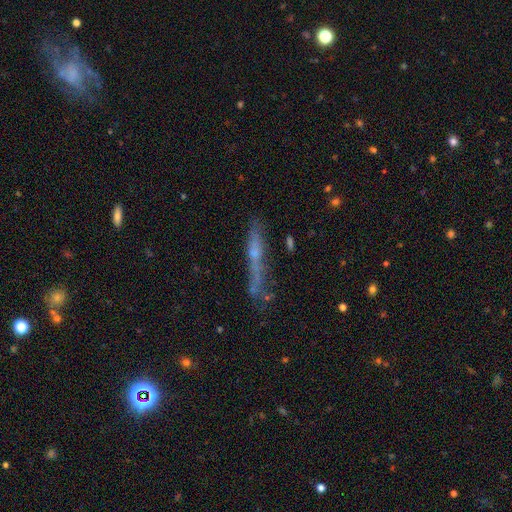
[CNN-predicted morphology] Overall: featured or disk (48%; smooth 34%). Merging: none (61%; minor disturbance 22%).